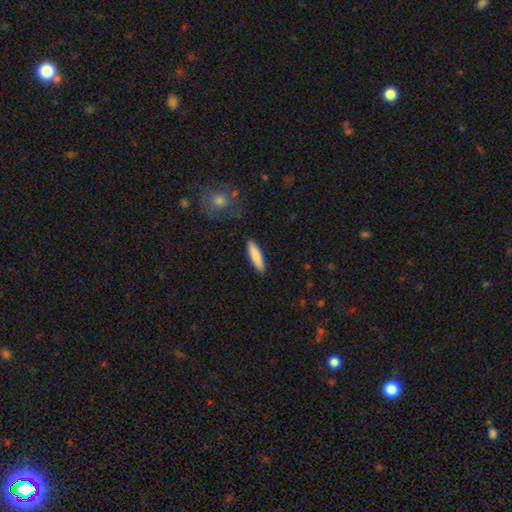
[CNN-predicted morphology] Q: Smooth or featured?
A: smooth (83%); runner-up: featured or disk (11%)
Q: How rounded?
A: cigar-shaped (76%); runner-up: in between (23%)
Q: Merging?
A: none (89%); runner-up: minor disturbance (8%)